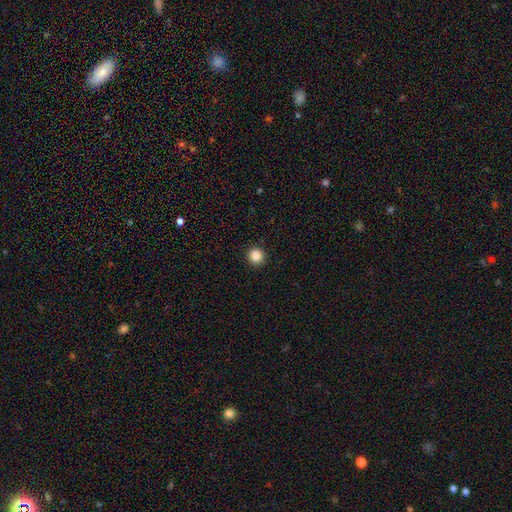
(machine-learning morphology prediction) This is clearly a smooth galaxy (86%). How rounded: clearly round (95%). Merging: clearly none (93%).